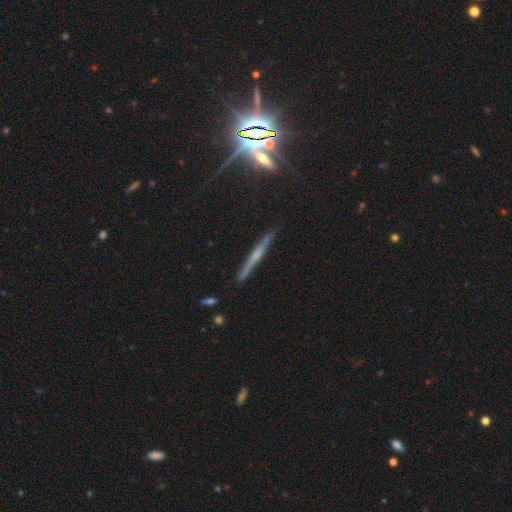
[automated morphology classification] The model was most divided on "edge-on bulge": none: 46%, rounded: 41%, boxy: 13%. More confident: edge-on disk — yes (96%); merging — none (85%); smooth or featured — featured or disk (61%).